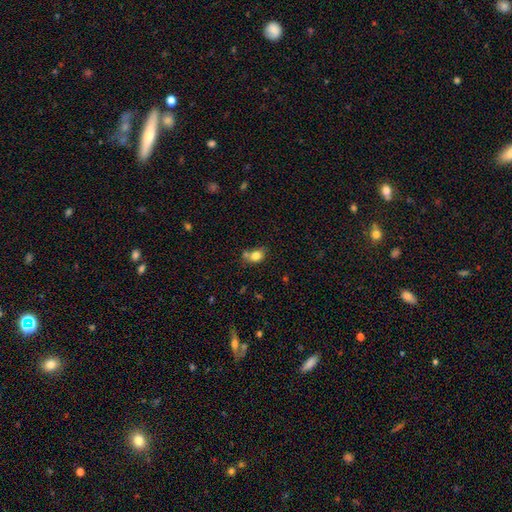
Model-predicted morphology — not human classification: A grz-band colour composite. It shows a smooth galaxy with no disk features (80%) that is in between round and cigar-shaped (54%). Merging: none (49%).